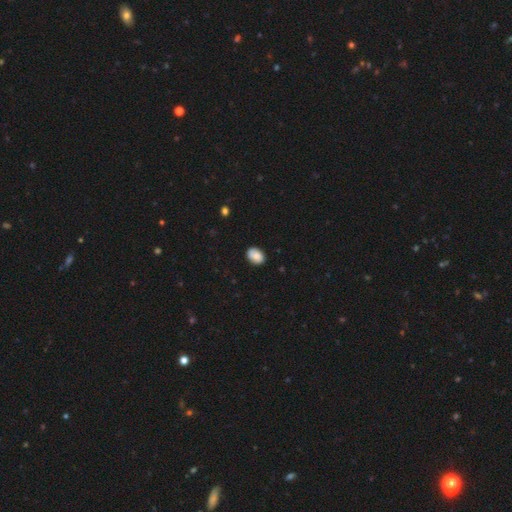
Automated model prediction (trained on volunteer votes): This appears to be a smooth galaxy with no disk features (82%) that is in between round and cigar-shaped (75%). Merging: none (81%).